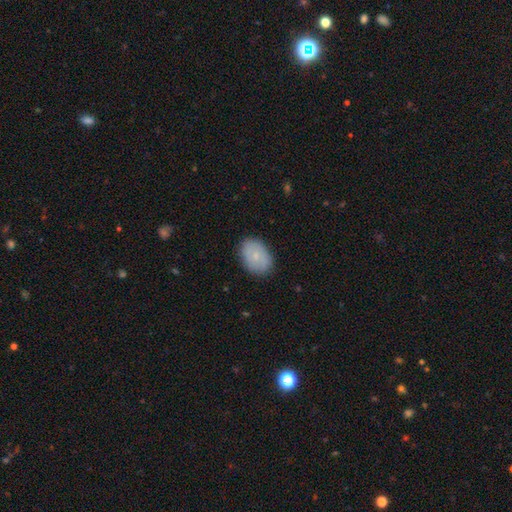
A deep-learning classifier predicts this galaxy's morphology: type=smooth (70%); roundness=in between (78%); merging=none (85%).